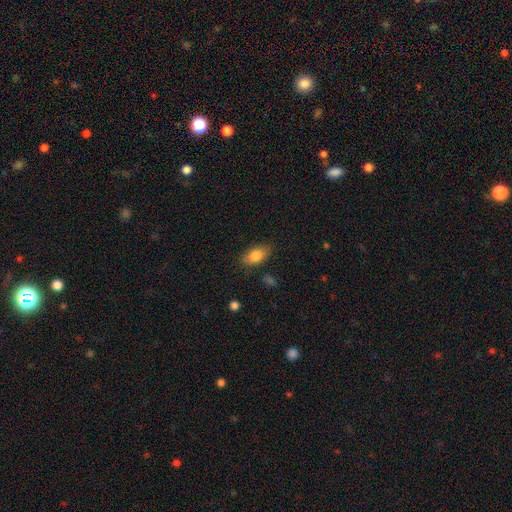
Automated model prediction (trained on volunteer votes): Smooth or featured?
  - smooth: 81% *
  - featured or disk: 12%
  - star or artifact: 8%
How rounded?
  - in between: 87% *
  - round: 8%
  - cigar-shaped: 5%
Merging?
  - none: 80% *
  - minor disturbance: 14%
  - major disturbance: 3%
  - merger: 2%